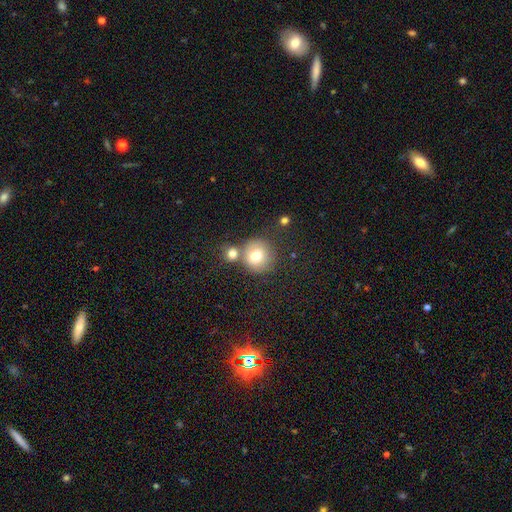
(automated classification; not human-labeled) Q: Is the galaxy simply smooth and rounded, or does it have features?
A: smooth — 74%.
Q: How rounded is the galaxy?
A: round — 91%.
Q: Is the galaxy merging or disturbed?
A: none — 59%.